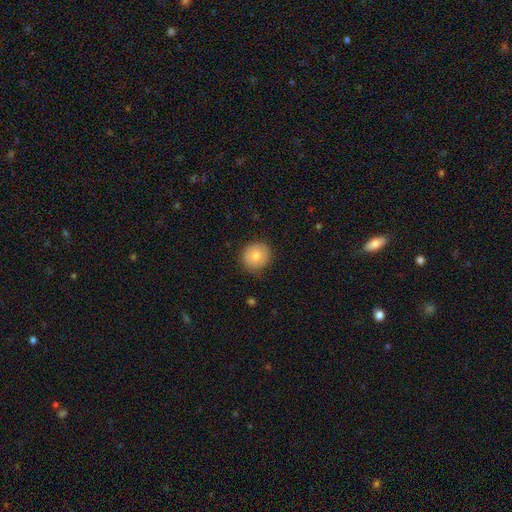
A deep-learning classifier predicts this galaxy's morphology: This appears to be a smooth galaxy with no disk features (76%) that is round (90%). Merging: none (80%).